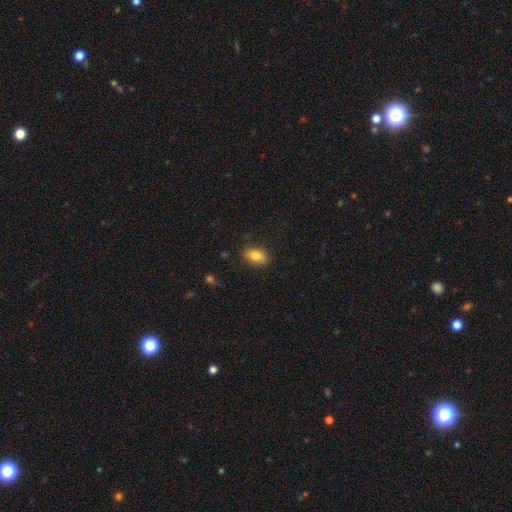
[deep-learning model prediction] The model was most divided on "merging": none: 84%, minor disturbance: 12%, major disturbance: 3%, merger: 1%. More confident: how rounded — in between (88%); smooth or featured — smooth (84%).